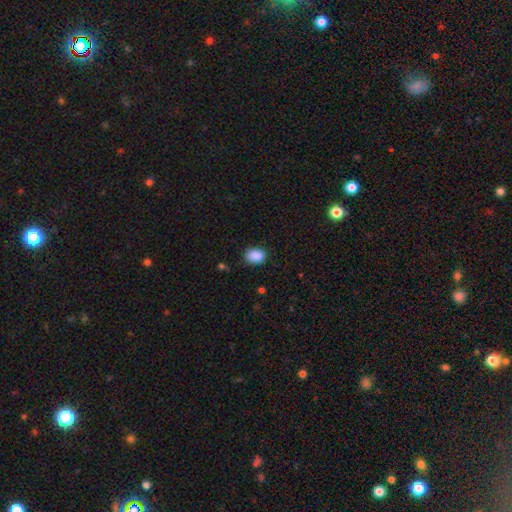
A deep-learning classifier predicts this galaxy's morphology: This is clearly a smooth galaxy (89%). How rounded: likely in between (67%). Merging: clearly none (83%).